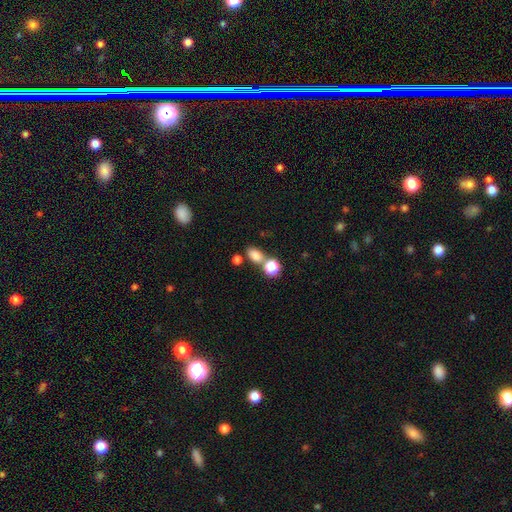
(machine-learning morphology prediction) Smooth or featured? smooth (80%)
How rounded? in between (75%)
Merging? none (56%)